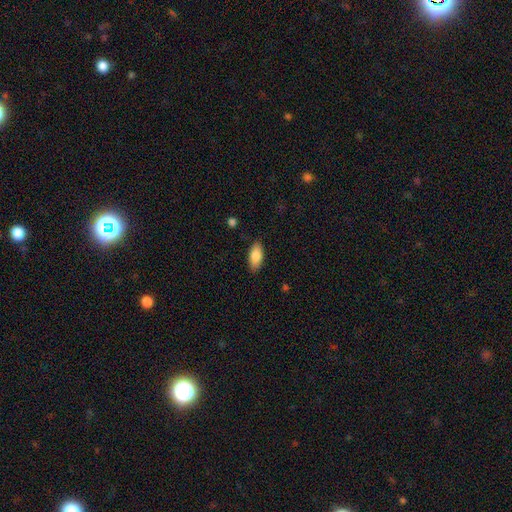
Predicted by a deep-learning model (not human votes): Morphology: type=smooth (85%); roundness=in between (88%); merging=none (86%).